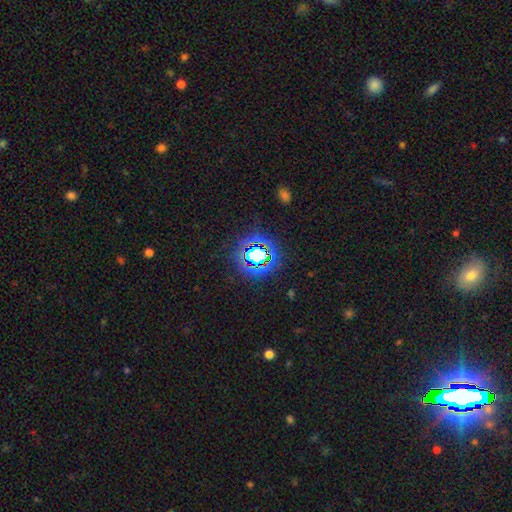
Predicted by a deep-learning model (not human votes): A star or artifact, not a galaxy (68%).

Vote fractions:
- Smooth or featured? star or artifact: 68% / smooth: 21% / featured or disk: 11%